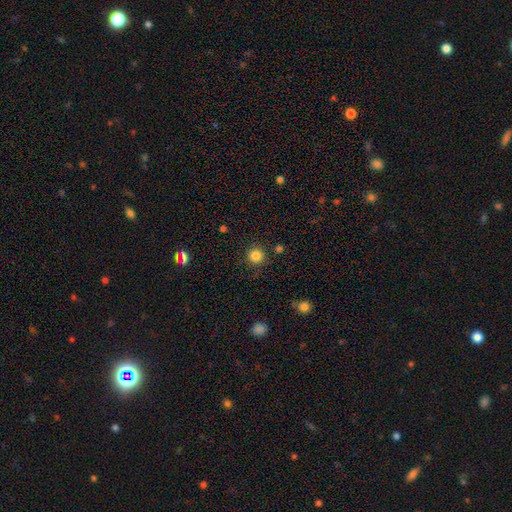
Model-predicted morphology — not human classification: A smooth galaxy with no disk features (84%) that is round (95%).

Vote fractions:
- Smooth or featured? smooth: 84% / star or artifact: 12% / featured or disk: 4%
- How rounded? round: 95% / in between: 4% / cigar-shaped: 1%
- Merging? none: 88% / minor disturbance: 7% / major disturbance: 3% / merger: 2%